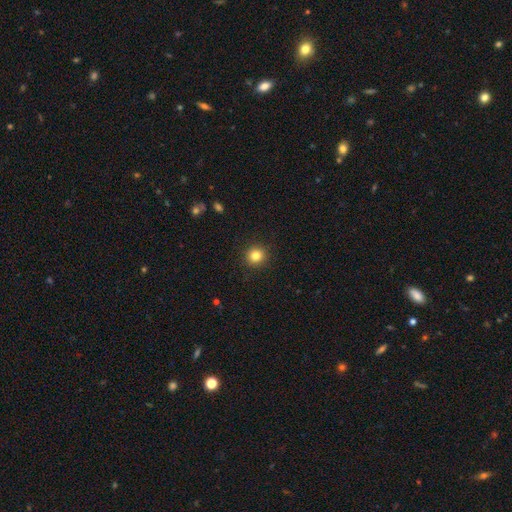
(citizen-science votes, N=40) This appears to be a smooth galaxy with no disk features (82%) that is round (97%). Merging: none (91%).